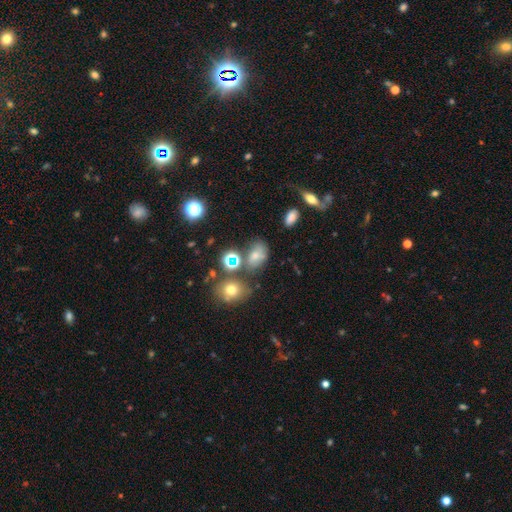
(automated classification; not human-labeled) Smooth or featured?
  - smooth: 58% *
  - star or artifact: 23%
  - featured or disk: 19%
How rounded?
  - in between: 77% *
  - round: 21%
  - cigar-shaped: 2%
Merging?
  - none: 50% *
  - minor disturbance: 23%
  - merger: 16%
  - major disturbance: 12%